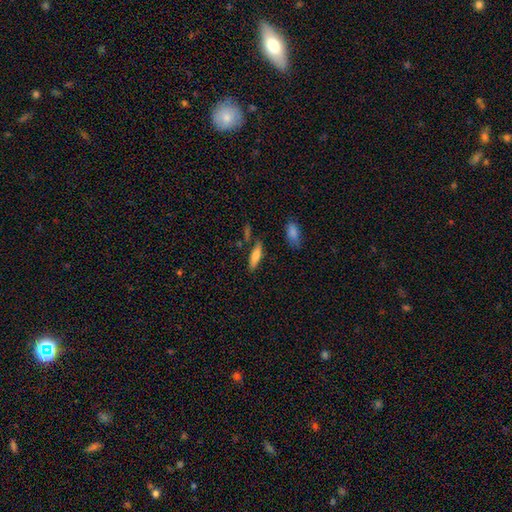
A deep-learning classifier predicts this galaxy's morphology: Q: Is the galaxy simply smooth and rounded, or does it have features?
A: smooth — 73%.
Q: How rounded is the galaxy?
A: cigar-shaped — 58%.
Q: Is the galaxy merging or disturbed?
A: none — 72%.